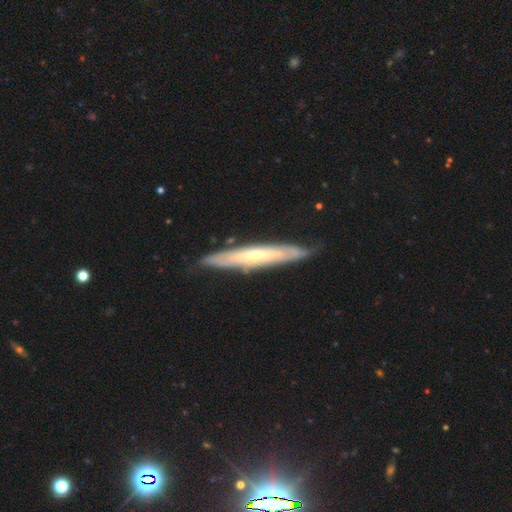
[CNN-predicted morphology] type=featured or disk (66%); edge-on=yes (72%); merging=none (81%).